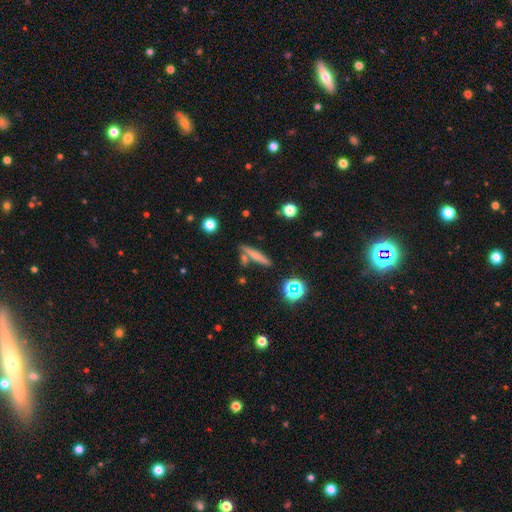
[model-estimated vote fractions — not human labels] The model was most divided on "smooth or featured": smooth: 62%, featured or disk: 28%, star or artifact: 11%. More confident: how rounded — cigar-shaped (88%); merging — none (73%).